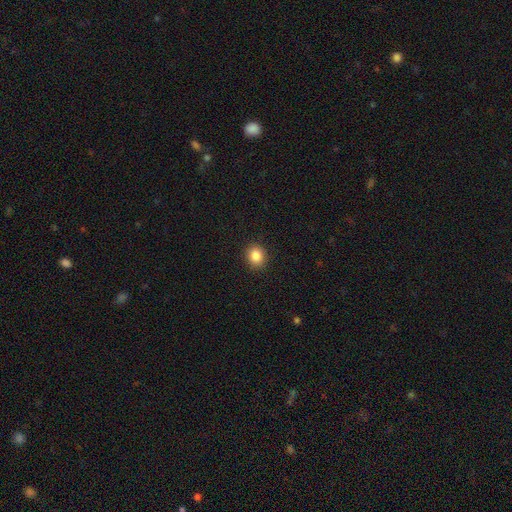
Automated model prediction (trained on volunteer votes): A smooth galaxy with no disk features (86%) that is round (71%). Merging: none (91%).